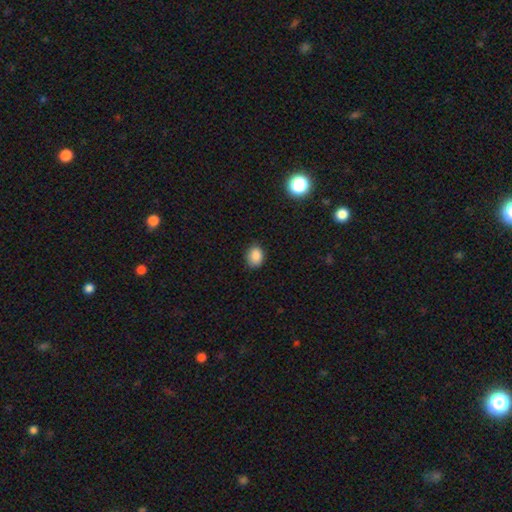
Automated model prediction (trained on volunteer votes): A smooth galaxy with no disk features (86%) that is in between round and cigar-shaped (57%).

Vote fractions:
- Smooth or featured? smooth: 86% / star or artifact: 10% / featured or disk: 4%
- How rounded? in between: 57% / round: 42% / cigar-shaped: 1%
- Merging? none: 80% / minor disturbance: 16% / major disturbance: 3% / merger: 1%